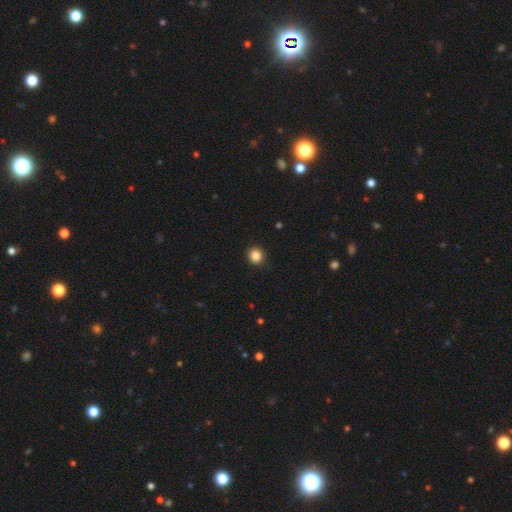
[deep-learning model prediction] Overall: smooth (85%). How rounded: round (89%). Merging: none (91%).